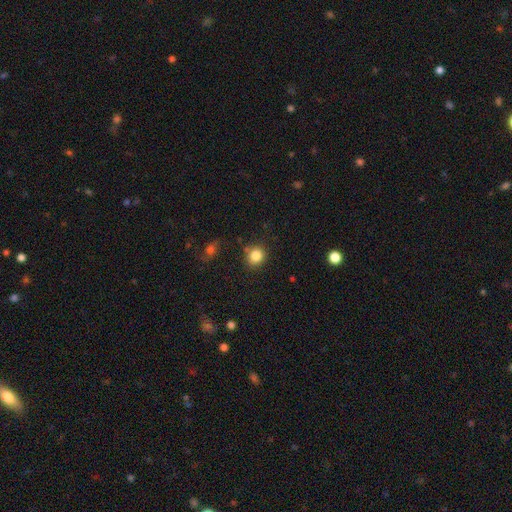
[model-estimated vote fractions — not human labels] smooth-or-featured: smooth: 84% | star or artifact: 11% | featured or disk: 5%
  how-rounded: round: 84% | in between: 15% | cigar-shaped: 1%
  merging: none: 80% | minor disturbance: 12% | merger: 5% | major disturbance: 3%